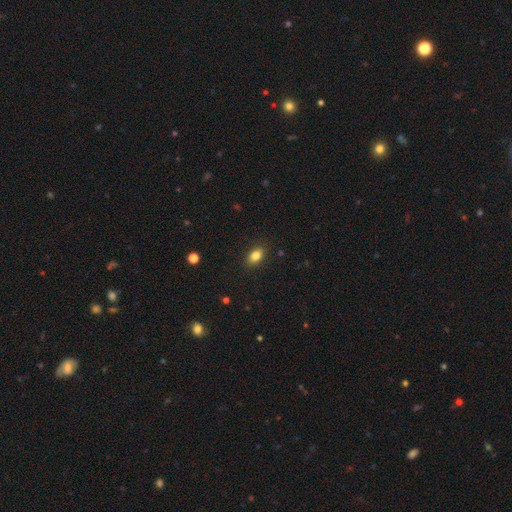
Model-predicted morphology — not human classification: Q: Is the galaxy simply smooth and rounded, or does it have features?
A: smooth — 84%.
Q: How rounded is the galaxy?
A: in between — 84%.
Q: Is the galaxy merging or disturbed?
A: none — 88%.